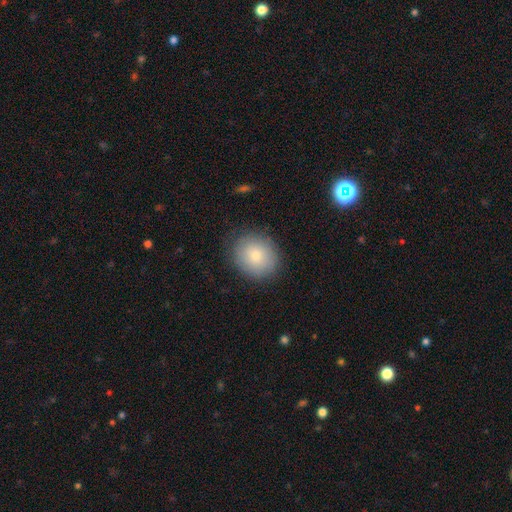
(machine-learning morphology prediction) The model was most divided on "how rounded": round: 74%, in between: 25%, cigar-shaped: 1%. More confident: merging — none (83%); smooth or featured — smooth (80%).